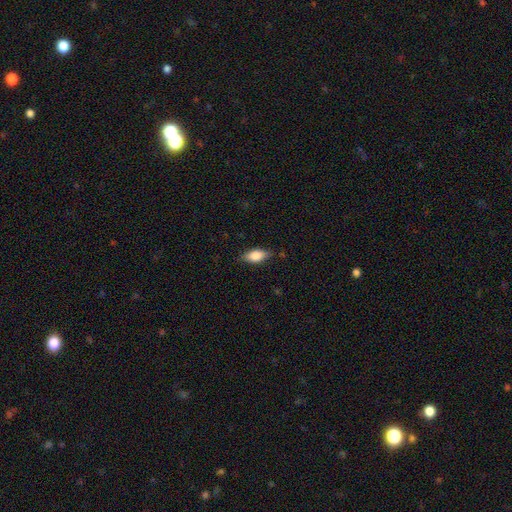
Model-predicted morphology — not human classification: smooth_or_featured: smooth (p=0.82) [alt: featured or disk p=0.12]
how_rounded: in between (p=0.86) [alt: cigar-shaped p=0.10]
merging: none (p=0.79) [alt: minor disturbance p=0.16]